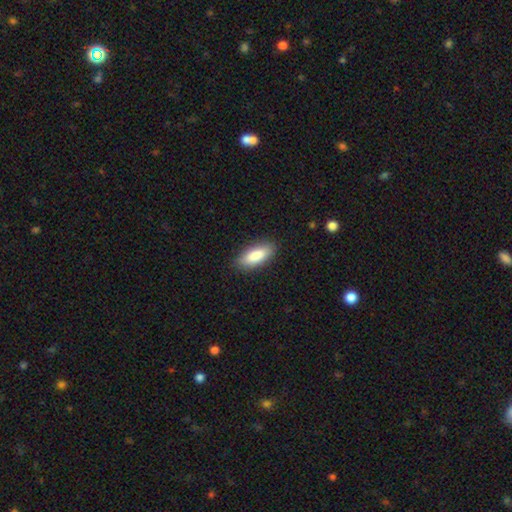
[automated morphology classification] Overall: smooth (86%). How rounded: in between (78%). Merging: none (87%).